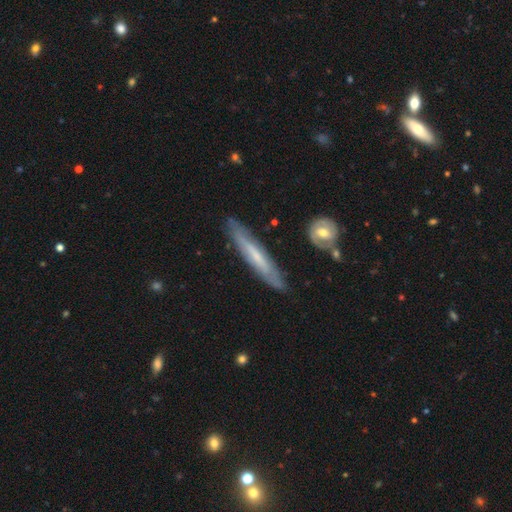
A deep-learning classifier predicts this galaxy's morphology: This appears to be a featured or disk galaxy (55%) viewed edge-on (72%). Merging: none (82%).